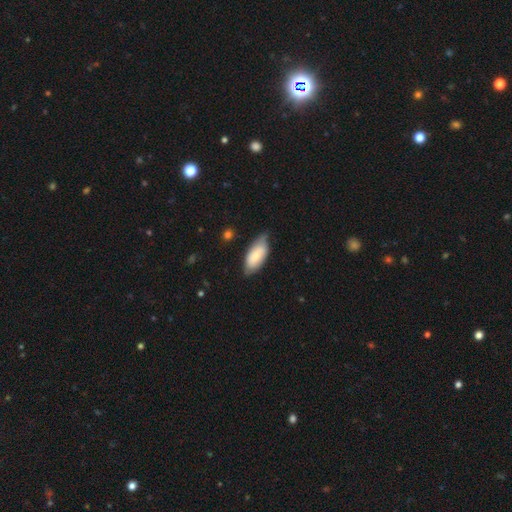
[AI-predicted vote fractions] A smooth galaxy with no disk features (73%) that is in between round and cigar-shaped (90%). Merging: none (60%).